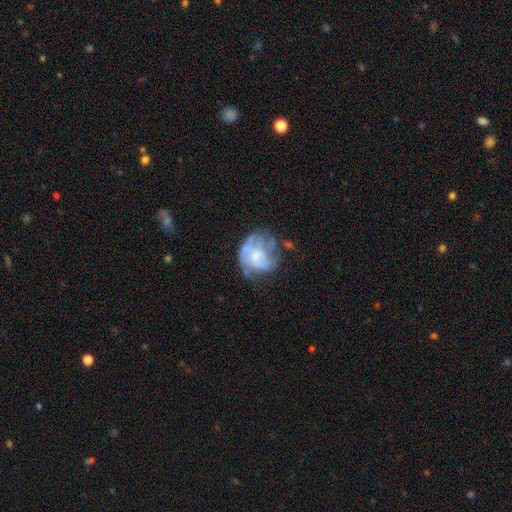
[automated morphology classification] Smooth or featured?
  - featured or disk: 64% *
  - smooth: 28%
  - star or artifact: 8%
Edge-on disk?
  - no: 98% *
  - yes: 2%
Bar?
  - no: 75% *
  - weak: 22%
  - strong: 4%
Spiral arms?
  - yes: 64% *
  - no: 36%
Bulge size?
  - moderate: 31% *
  - small: 29%
  - none: 28%
  - large: 9%
  - dominant: 2%
Merging?
  - none: 44% *
  - major disturbance: 26%
  - minor disturbance: 26%
  - merger: 4%